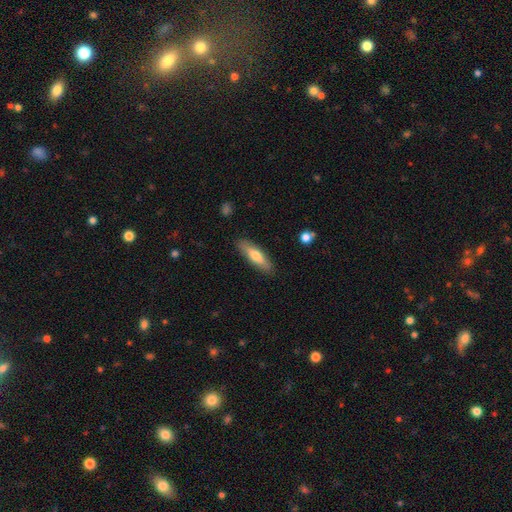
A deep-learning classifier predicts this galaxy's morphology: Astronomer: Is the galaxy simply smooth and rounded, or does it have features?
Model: smooth — 65%.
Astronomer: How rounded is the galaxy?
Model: cigar-shaped — 61% (runner-up: in between, 37%).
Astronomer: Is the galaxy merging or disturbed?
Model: none — 87%.